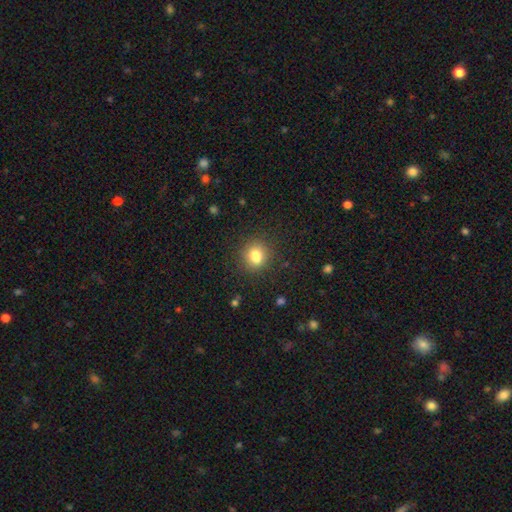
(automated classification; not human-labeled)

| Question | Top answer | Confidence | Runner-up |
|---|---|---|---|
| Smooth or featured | smooth | 81% | star or artifact (11%) |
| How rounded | round | 71% | in between (28%) |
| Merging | none | 81% | minor disturbance (12%) |